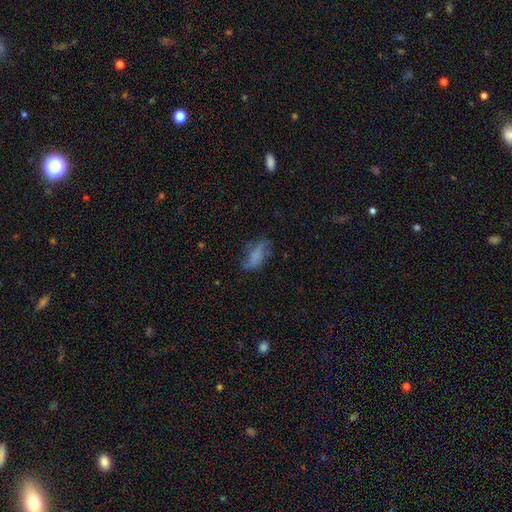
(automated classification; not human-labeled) smooth 47%, featured or disk 41%, star or artifact 12%. Down the decision tree: merging — none (51%).